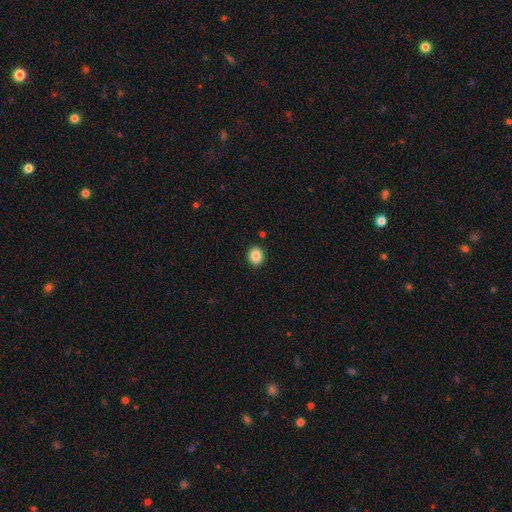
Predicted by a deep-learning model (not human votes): The model was most divided on "how rounded": round: 72%, in between: 27%, cigar-shaped: 1%. More confident: merging — none (91%); smooth or featured — smooth (86%).